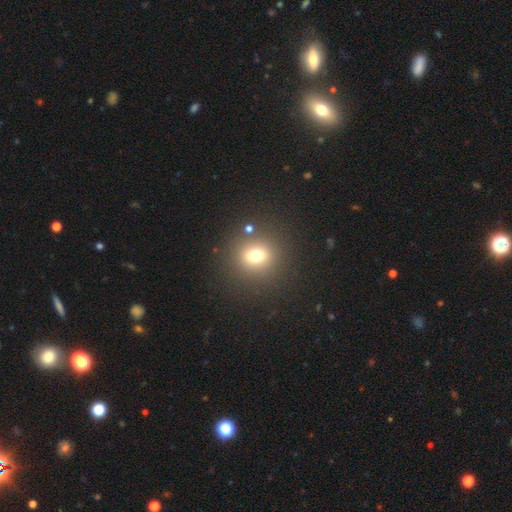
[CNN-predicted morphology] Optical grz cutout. It shows a smooth galaxy with no disk features (71%) that is round (77%). Merging: none (83%).